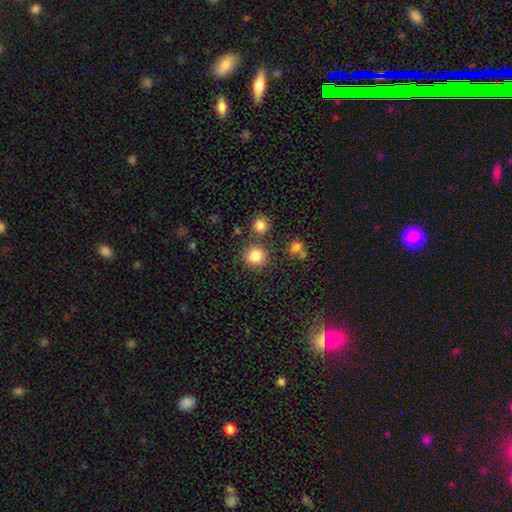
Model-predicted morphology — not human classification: This is clearly a smooth galaxy (83%). How rounded: clearly round (91%). Merging: likely none (78%).